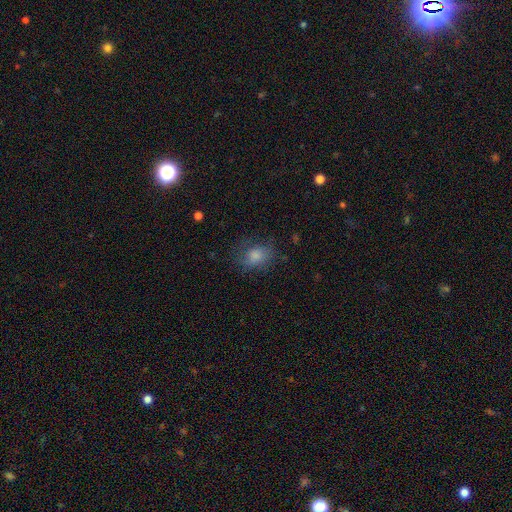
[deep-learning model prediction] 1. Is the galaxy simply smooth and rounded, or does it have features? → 81% smooth, 10% featured or disk, 9% star or artifact.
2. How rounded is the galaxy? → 58% in between, 41% round, 1% cigar-shaped.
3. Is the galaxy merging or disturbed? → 66% none, 22% minor disturbance, 11% major disturbance, 1% merger.